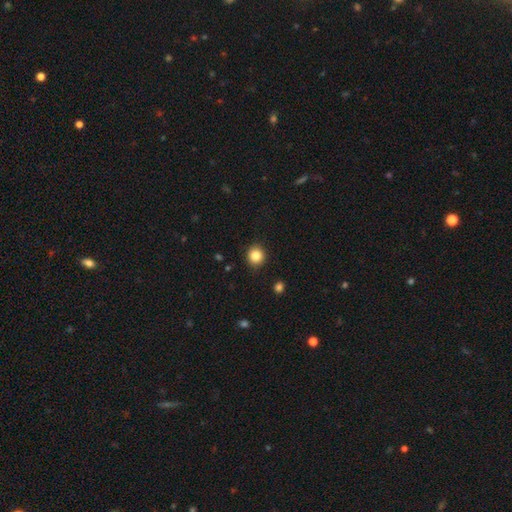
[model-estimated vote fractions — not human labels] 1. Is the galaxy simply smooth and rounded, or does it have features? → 84% smooth, 10% star or artifact, 5% featured or disk.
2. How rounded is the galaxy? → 88% round, 11% in between, 1% cigar-shaped.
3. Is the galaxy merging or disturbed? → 91% none, 6% minor disturbance, 2% major disturbance, 1% merger.